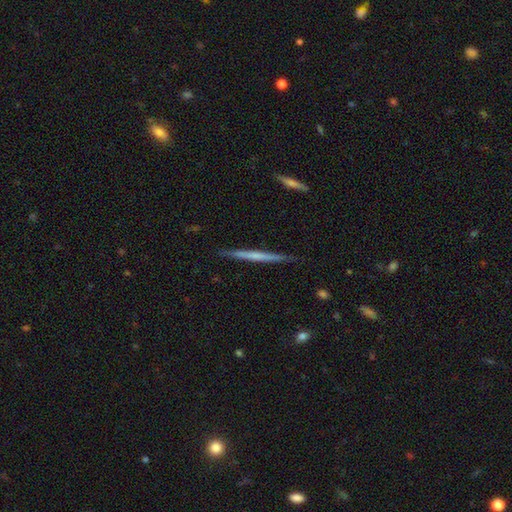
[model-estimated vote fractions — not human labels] This is possibly a featured or disk galaxy (55%). It is clearly viewed edge-on (97%). Edge-on bulge: likely none (79%). Merging: clearly none (87%).